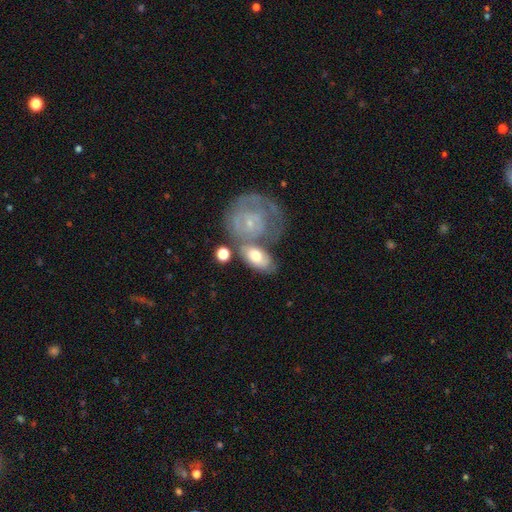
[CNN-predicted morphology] The model was most divided on "merging": none: 41%, merger: 33%, minor disturbance: 17%, major disturbance: 9%. More confident: how rounded — in between (81%); smooth or featured — smooth (54%).